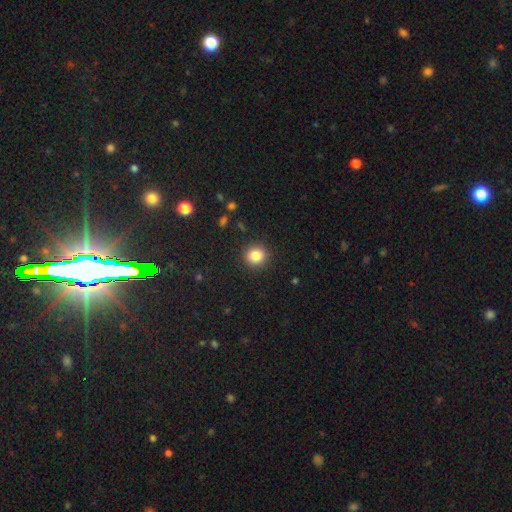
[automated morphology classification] Smooth or featured? smooth (85%)
How rounded? round (89%)
Merging? none (91%)